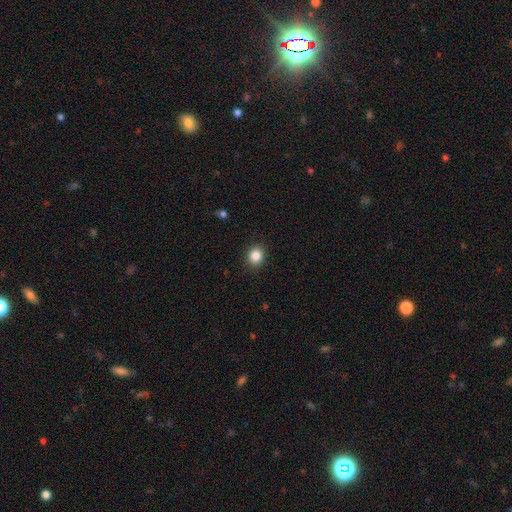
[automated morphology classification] smooth 86%, star or artifact 10%, featured or disk 4%. Down the decision tree: how rounded — round (72%); merging — none (90%).